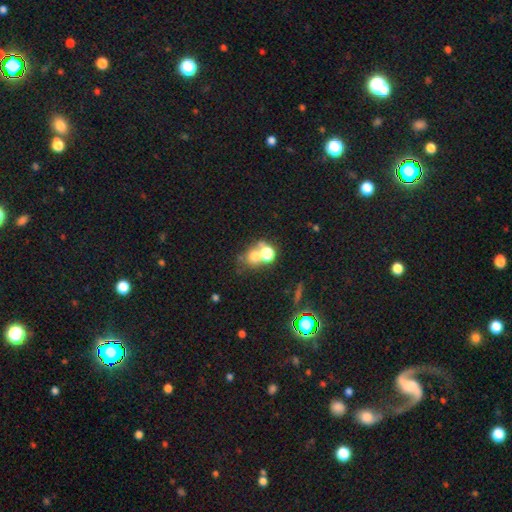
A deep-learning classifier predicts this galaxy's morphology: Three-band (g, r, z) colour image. It shows a smooth galaxy with no disk features (62%) that is round (72%). Merging: merger (45%).